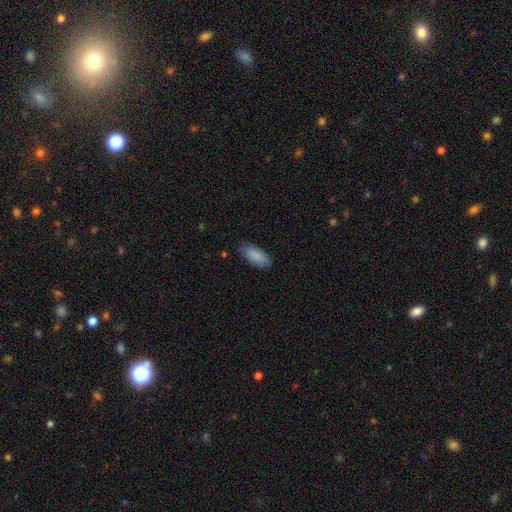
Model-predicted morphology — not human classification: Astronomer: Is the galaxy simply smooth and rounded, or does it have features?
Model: smooth — 88%.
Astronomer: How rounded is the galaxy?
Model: in between — 88%.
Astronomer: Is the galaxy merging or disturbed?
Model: none — 79%.